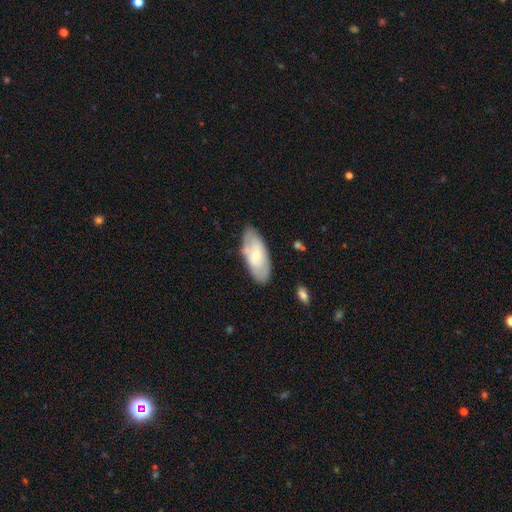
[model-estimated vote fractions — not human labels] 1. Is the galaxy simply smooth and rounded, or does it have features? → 50% smooth, 44% featured or disk, 6% star or artifact.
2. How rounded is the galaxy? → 86% in between, 12% cigar-shaped, 2% round.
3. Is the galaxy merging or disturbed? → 77% none, 17% minor disturbance, 4% major disturbance, 2% merger.